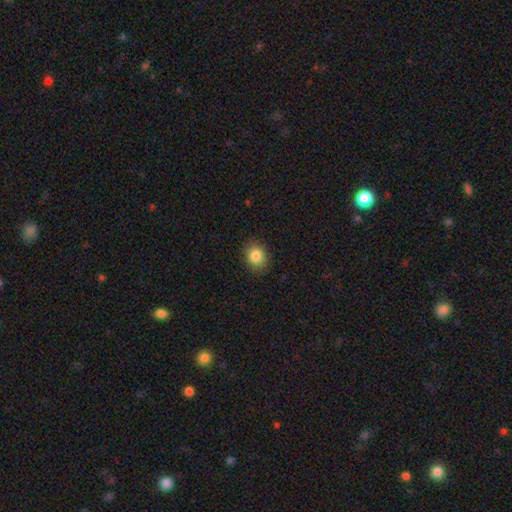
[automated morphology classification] Smooth or featured? smooth (84%)
How rounded? round (51%)
Merging? none (87%)